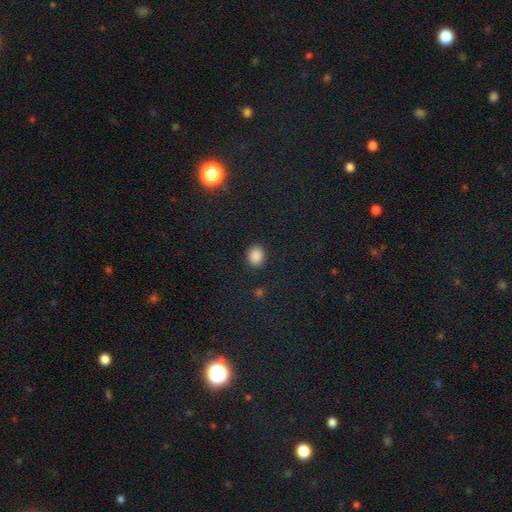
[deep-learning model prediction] smooth-or-featured: smooth: 87% | star or artifact: 10% | featured or disk: 3%
  how-rounded: round: 51% | in between: 48% | cigar-shaped: 1%
  merging: none: 88% | minor disturbance: 8% | major disturbance: 3% | merger: 1%